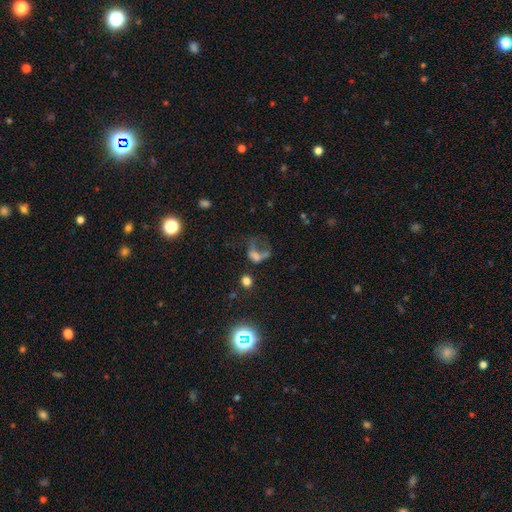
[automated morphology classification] smooth 49%, featured or disk 28%, star or artifact 23%. Down the decision tree: merging — major disturbance (47%).